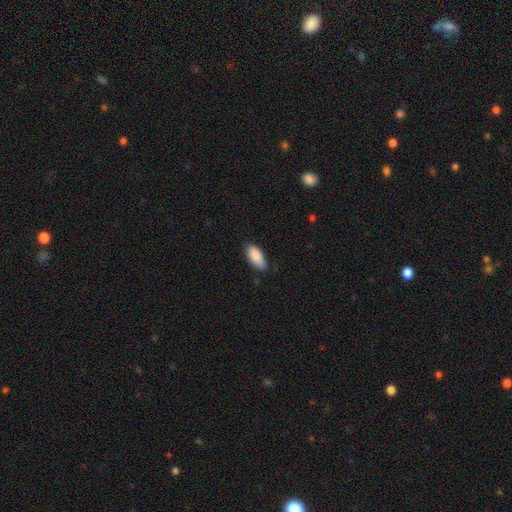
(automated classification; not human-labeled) Q: Smooth or featured?
A: smooth (90%); runner-up: star or artifact (6%)
Q: How rounded?
A: in between (90%); runner-up: cigar-shaped (8%)
Q: Merging?
A: none (75%); runner-up: minor disturbance (21%)